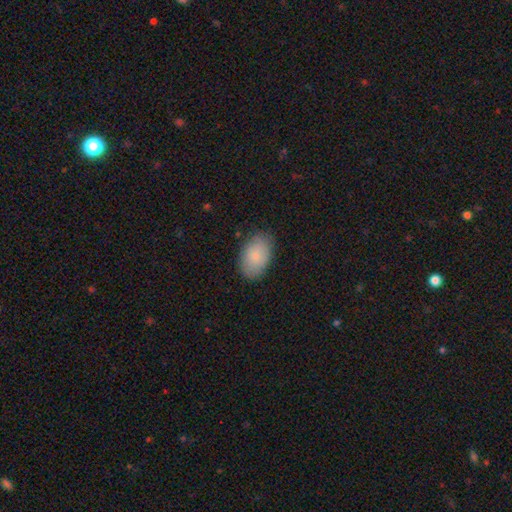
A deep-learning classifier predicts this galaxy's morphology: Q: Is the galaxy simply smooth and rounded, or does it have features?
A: smooth — 81%.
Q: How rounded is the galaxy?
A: in between — 91%.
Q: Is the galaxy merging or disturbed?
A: none — 82%.